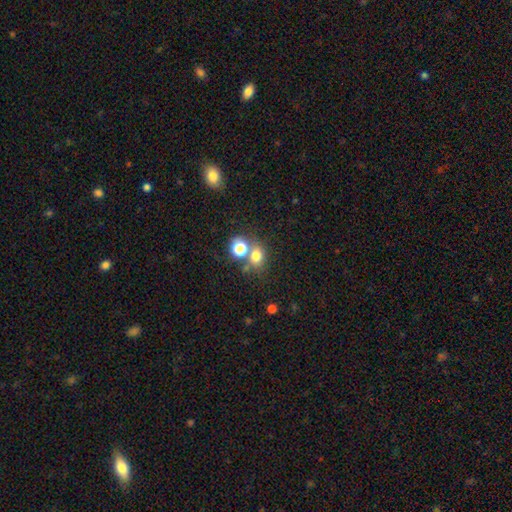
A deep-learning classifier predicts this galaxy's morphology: A smooth galaxy with no disk features (72%) that is round (64%).

Vote fractions:
- Smooth or featured? smooth: 72% / star or artifact: 19% / featured or disk: 9%
- How rounded? round: 64% / in between: 35% / cigar-shaped: 1%
- Merging? none: 56% / merger: 29% / minor disturbance: 10% / major disturbance: 5%